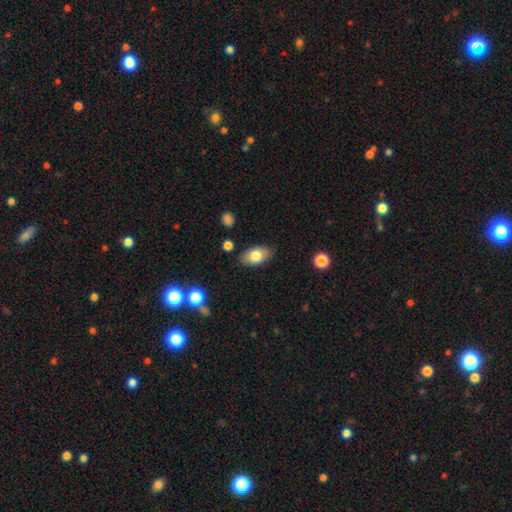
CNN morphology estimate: The model was most divided on "smooth or featured": smooth: 78%, featured or disk: 14%, star or artifact: 7%. More confident: how rounded — in between (91%); merging — none (83%).